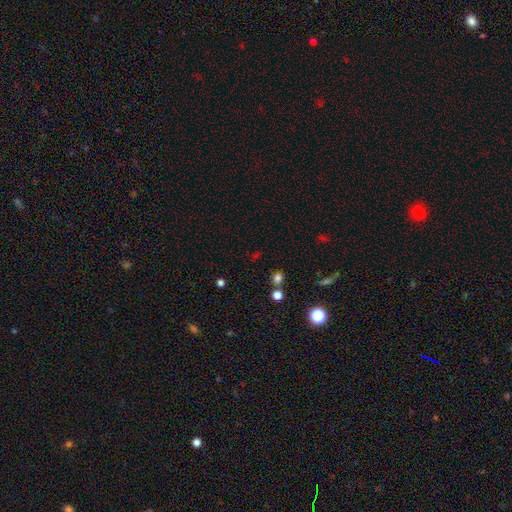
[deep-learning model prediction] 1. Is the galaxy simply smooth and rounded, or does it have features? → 50% smooth, 44% star or artifact, 6% featured or disk.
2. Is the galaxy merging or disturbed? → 74% none, 11% merger, 10% minor disturbance, 5% major disturbance.